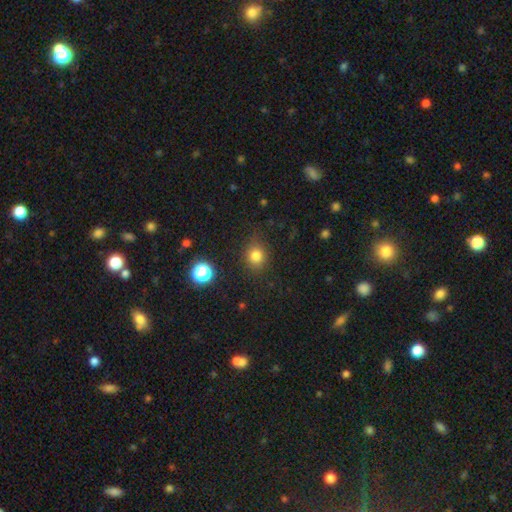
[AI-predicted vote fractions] Overall: smooth (79%). How rounded: round (74%). Merging: none (82%).